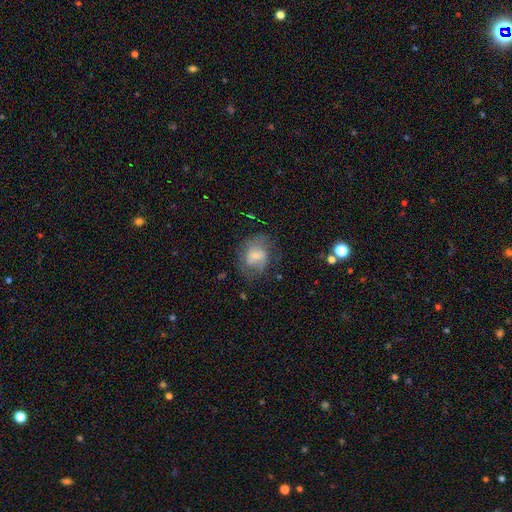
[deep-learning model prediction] A smooth galaxy with no disk features (53%) that is round (55%). Merging: none (55%).